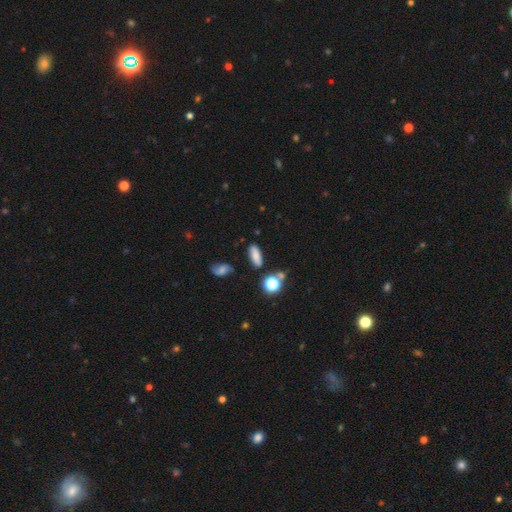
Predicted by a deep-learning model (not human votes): Smooth or featured: smooth — 76% (star or artifact — 13%)
How rounded: in between — 65% (cigar-shaped — 26%)
Merging: none — 80% (minor disturbance — 12%)